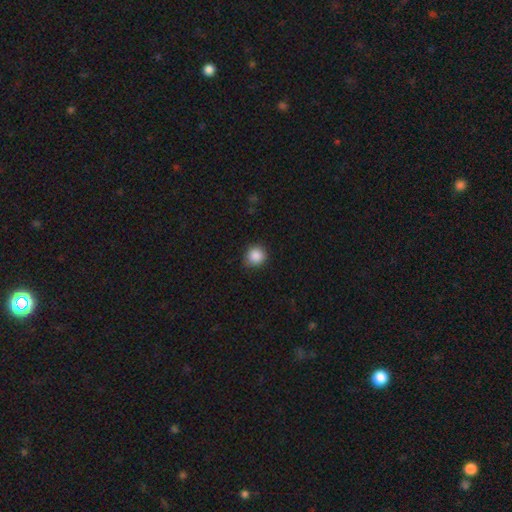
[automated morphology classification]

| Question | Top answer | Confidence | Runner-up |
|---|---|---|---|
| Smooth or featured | smooth | 87% | star or artifact (9%) |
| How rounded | round | 89% | in between (10%) |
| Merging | none | 82% | minor disturbance (14%) |